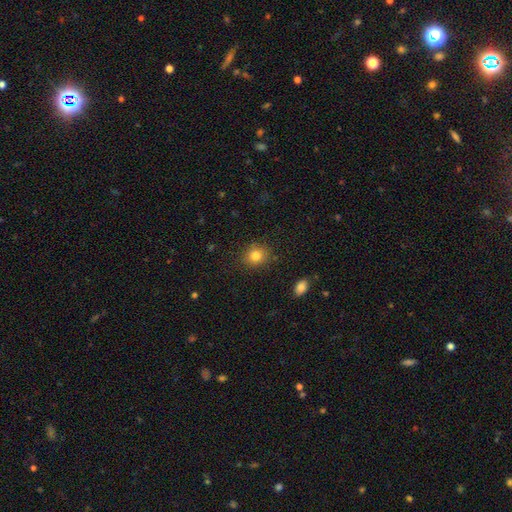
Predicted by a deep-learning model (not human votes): Smooth or featured: smooth — 83% (star or artifact — 11%)
How rounded: round — 72% (in between — 27%)
Merging: none — 86% (minor disturbance — 10%)